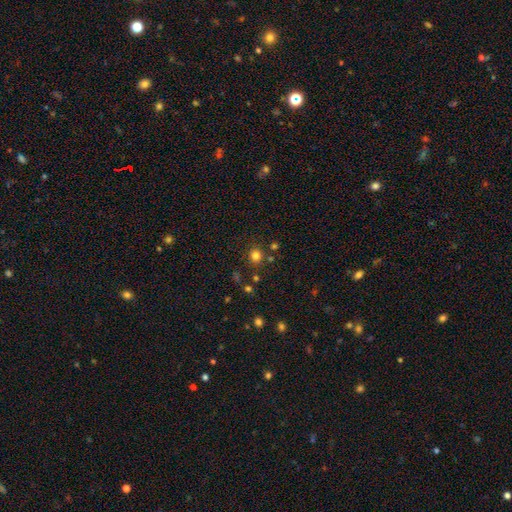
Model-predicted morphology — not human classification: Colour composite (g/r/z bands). It shows a smooth galaxy with no disk features (79%) that is round (90%). Merging: none (84%).